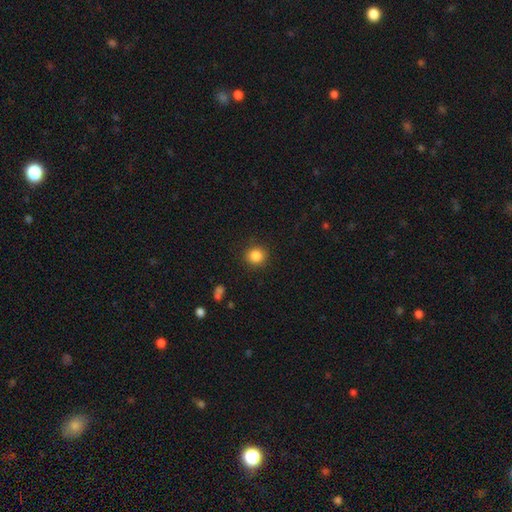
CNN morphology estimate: Overall: smooth (85%). How rounded: round (91%). Merging: none (90%).